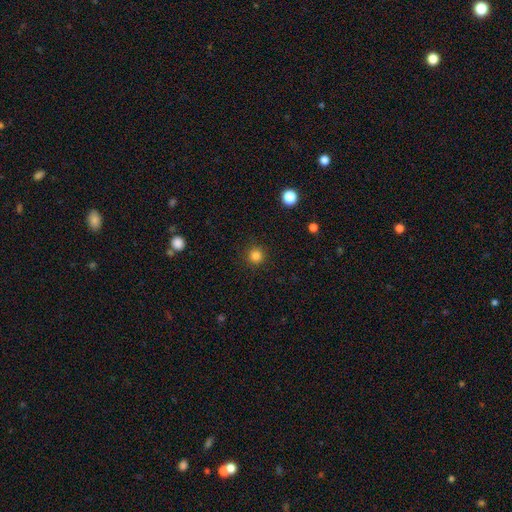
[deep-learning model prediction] Q: Smooth or featured?
A: smooth (83%); runner-up: star or artifact (13%)
Q: How rounded?
A: round (95%); runner-up: in between (4%)
Q: Merging?
A: none (91%); runner-up: minor disturbance (6%)